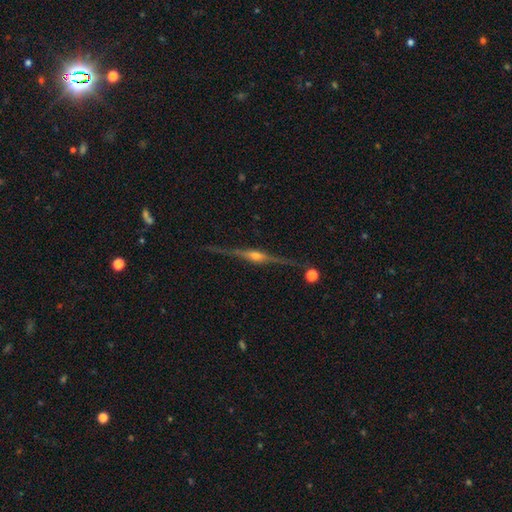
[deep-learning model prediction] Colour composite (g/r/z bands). It shows a featured or disk galaxy (87%) viewed edge-on (98%) with a rounded central bulge (91%). Merging: none (87%).